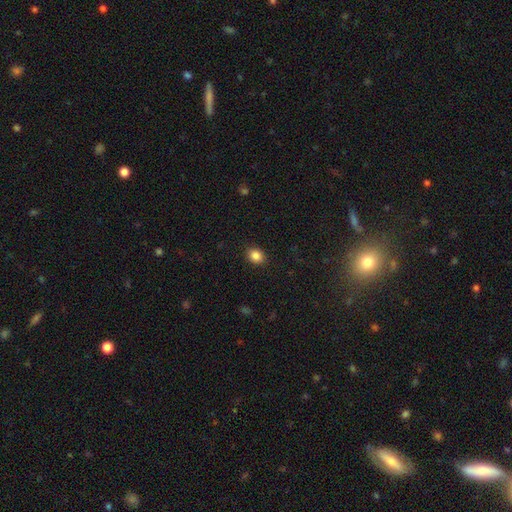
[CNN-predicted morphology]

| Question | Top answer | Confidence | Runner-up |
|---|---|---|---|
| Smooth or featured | smooth | 86% | star or artifact (10%) |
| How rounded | round | 53% | in between (46%) |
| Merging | none | 89% | minor disturbance (8%) |